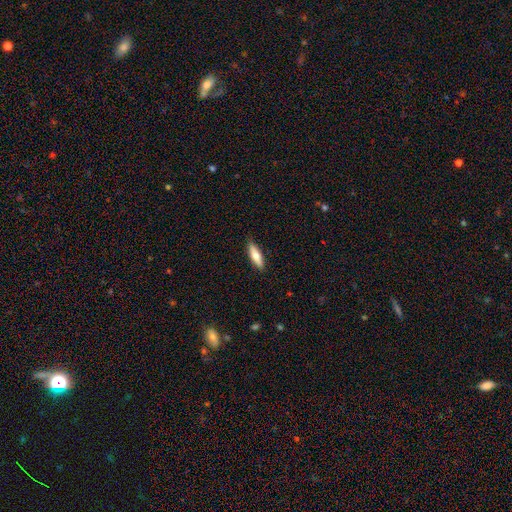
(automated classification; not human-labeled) Smooth or featured: smooth — 71% (featured or disk — 24%)
How rounded: cigar-shaped — 56% (in between — 43%)
Merging: none — 87% (minor disturbance — 11%)